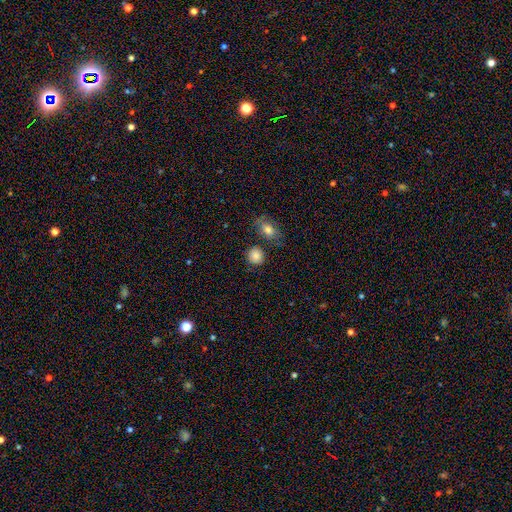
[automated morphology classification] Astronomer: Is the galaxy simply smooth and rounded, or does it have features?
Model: smooth — 85%.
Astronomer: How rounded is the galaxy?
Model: round — 84%.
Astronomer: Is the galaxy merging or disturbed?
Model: none — 79%.